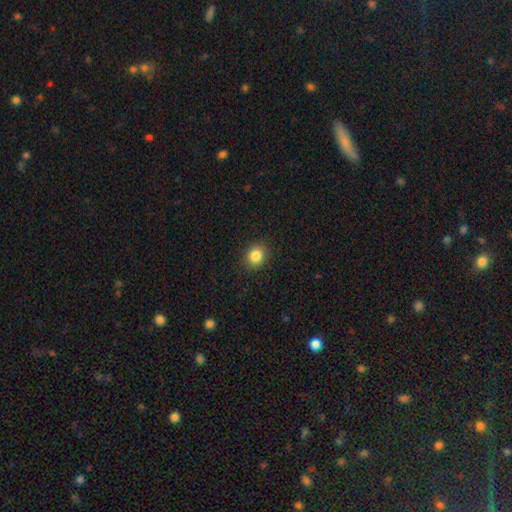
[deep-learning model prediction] Smooth or featured? smooth (85%)
How rounded? round (68%)
Merging? none (89%)